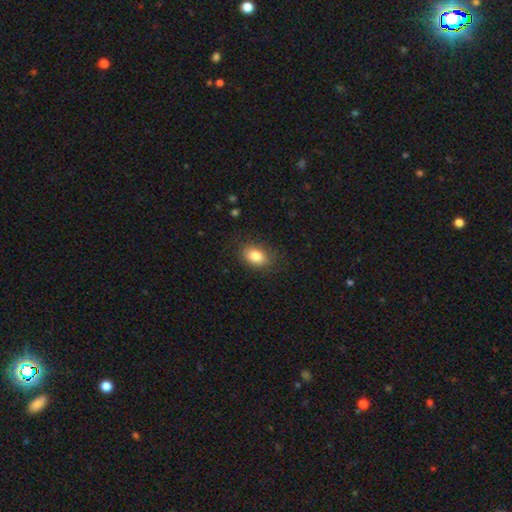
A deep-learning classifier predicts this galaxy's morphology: This is clearly a smooth galaxy (83%). How rounded: clearly in between (81%). Merging: clearly none (84%).